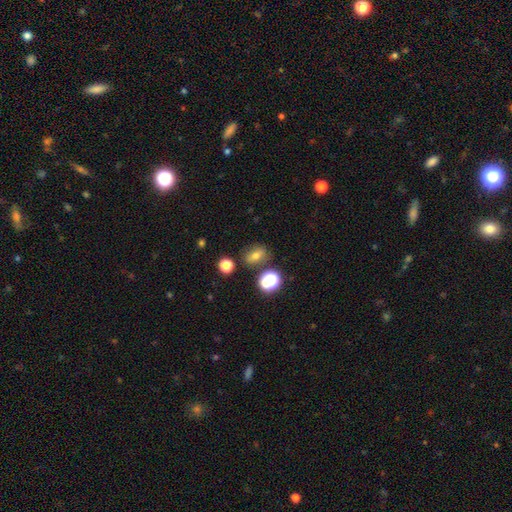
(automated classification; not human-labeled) Overall: smooth (61%; star or artifact 23%). How rounded: in between (59%; round 38%). Merging: none (76%).